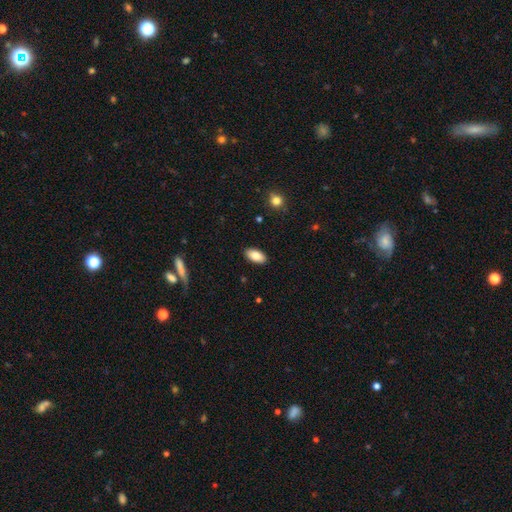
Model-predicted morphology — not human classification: Smooth or featured: smooth — 84% (featured or disk — 9%)
How rounded: in between — 93% (cigar-shaped — 4%)
Merging: none — 89% (minor disturbance — 8%)